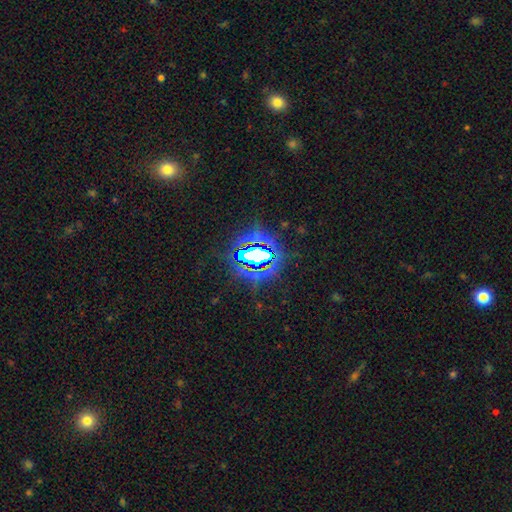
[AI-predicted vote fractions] Smooth or featured?
  - star or artifact: 74% *
  - smooth: 15%
  - featured or disk: 12%